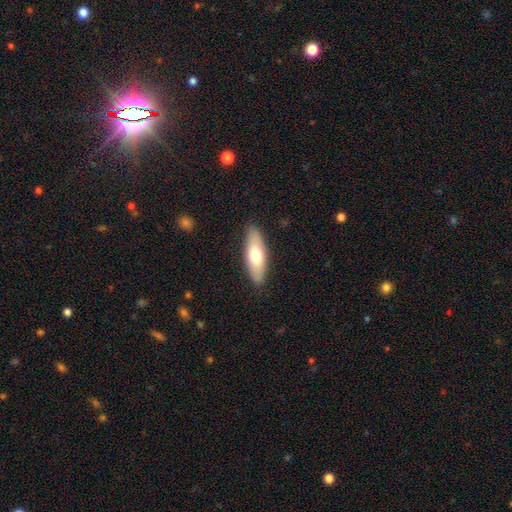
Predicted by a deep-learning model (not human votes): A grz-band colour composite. It shows a smooth galaxy with no disk features (67%) that is in between round and cigar-shaped (56%). Merging: none (87%).